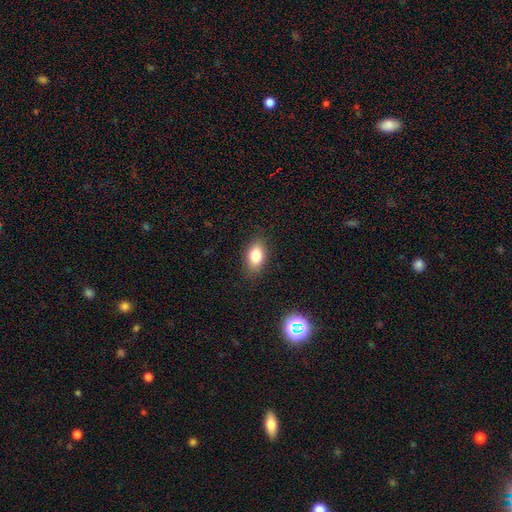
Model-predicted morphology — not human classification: Smooth or featured? smooth (80%)
How rounded? in between (87%)
Merging? none (85%)